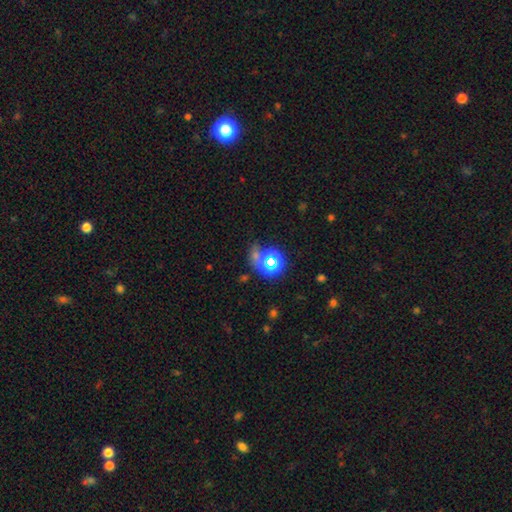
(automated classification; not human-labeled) This appears to be a star or artifact, not a galaxy (55%).